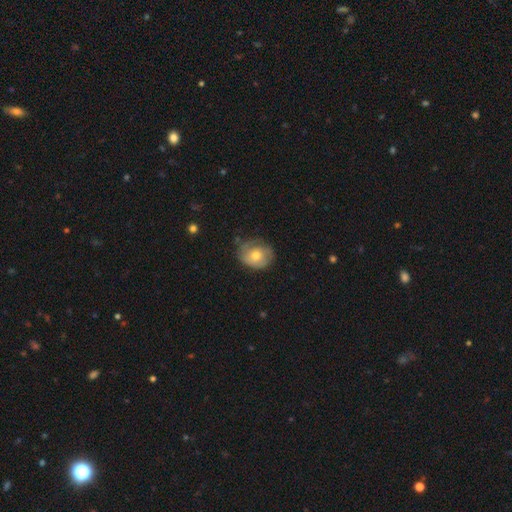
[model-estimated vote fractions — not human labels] Overall: smooth (54%; featured or disk 39%). How rounded: round (56%; in between 43%). Merging: none (59%; minor disturbance 29%).